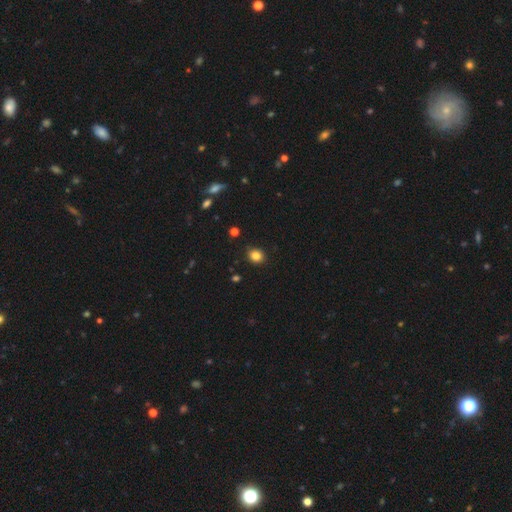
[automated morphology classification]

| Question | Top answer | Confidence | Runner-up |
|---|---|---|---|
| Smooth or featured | smooth | 85% | star or artifact (12%) |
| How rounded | round | 75% | in between (24%) |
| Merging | none | 88% | minor disturbance (9%) |